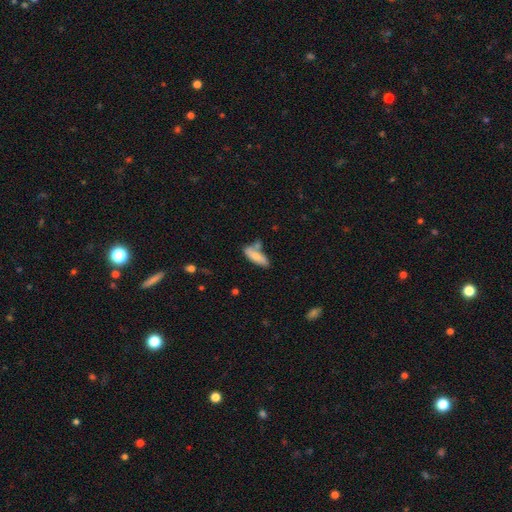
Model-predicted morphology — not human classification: Smooth or featured? Predicted: smooth (p=0.72). How rounded? Predicted: in between (p=0.58). Merging? Predicted: none (p=0.54).